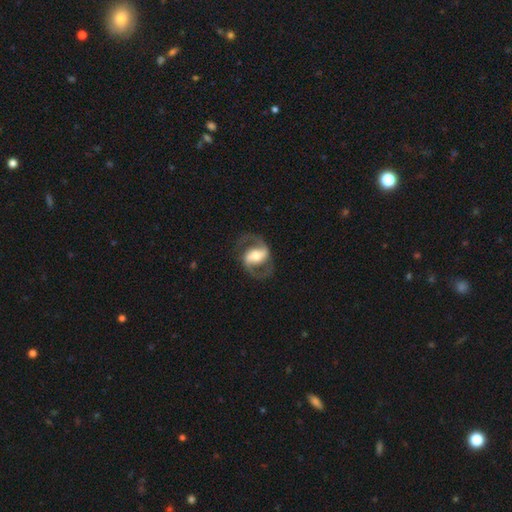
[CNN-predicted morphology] smooth-or-featured: featured or disk: 85% | smooth: 10% | star or artifact: 5%
  disk-edge-on: no: 97% | yes: 3%
    bar: strong: 48% | weak: 33% | no: 19%
    has-spiral-arms: yes: 93% | no: 7%
      spiral-winding: medium: 55% | loose: 30% | tight: 15%
      spiral-arm-count: 2: 92% | can't tell: 3% | 1: 2% | 3: 1% | 4: 1% | more than 4: 1%
    bulge-size: moderate: 54% | large: 22% | small: 18% | dominant: 3% | none: 3%
  merging: none: 78% | minor disturbance: 12% | major disturbance: 9% | merger: 1%